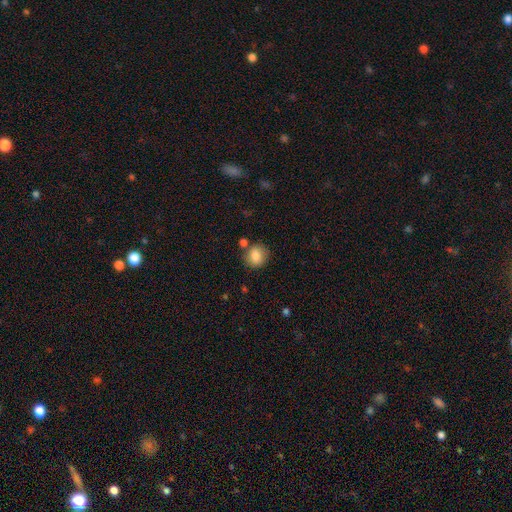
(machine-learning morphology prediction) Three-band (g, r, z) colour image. It shows a smooth galaxy with no disk features (84%) that is round (73%). Merging: none (70%).